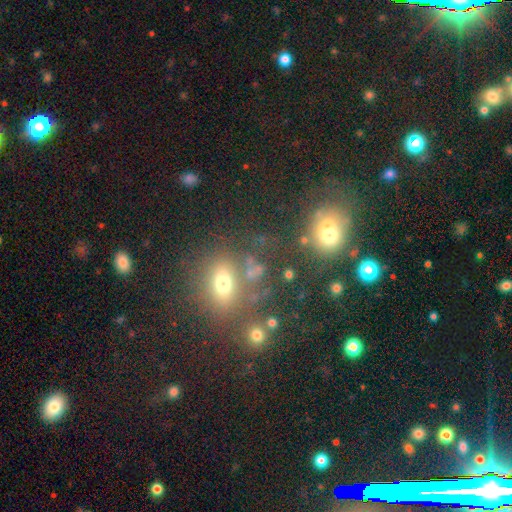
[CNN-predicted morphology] A smooth galaxy with no disk features (52%) that is in between round and cigar-shaped (57%).

Vote fractions:
- Smooth or featured? smooth: 52% / star or artifact: 32% / featured or disk: 16%
- How rounded? in between: 57% / round: 39% / cigar-shaped: 4%
- Merging? none: 59% / merger: 18% / minor disturbance: 14% / major disturbance: 8%